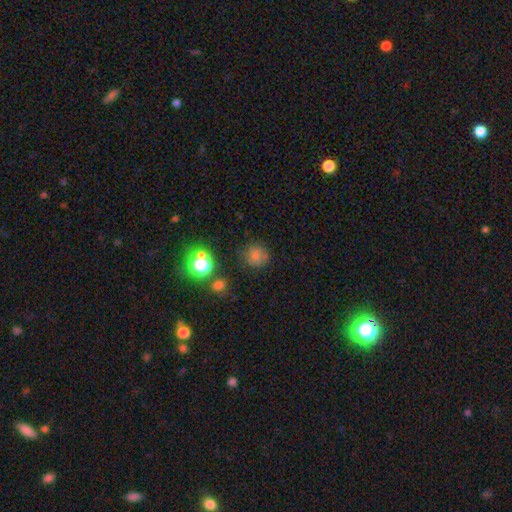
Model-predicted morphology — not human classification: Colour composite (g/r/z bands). It shows a smooth galaxy with no disk features (73%) that is round (88%). Merging: none (73%).